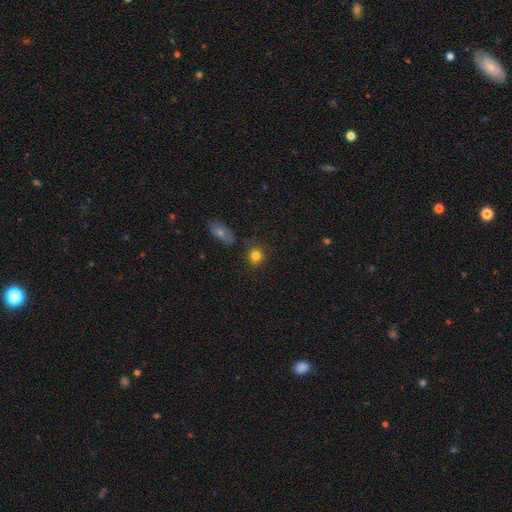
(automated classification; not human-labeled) smooth_or_featured: smooth (p=0.83) [alt: star or artifact p=0.11]
how_rounded: round (p=0.83) [alt: in between p=0.16]
merging: none (p=0.82) [alt: minor disturbance p=0.10]